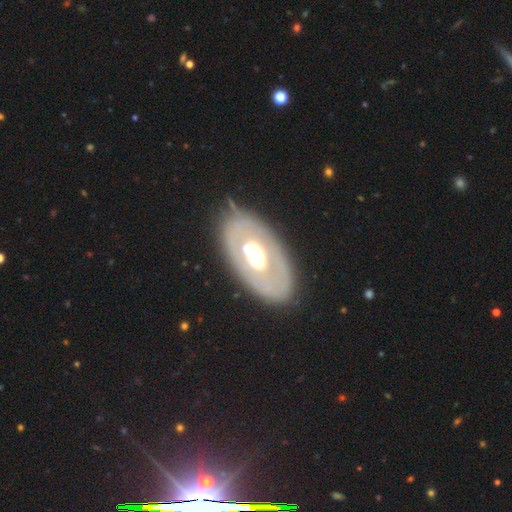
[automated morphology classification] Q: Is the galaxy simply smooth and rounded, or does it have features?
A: featured or disk — 62%.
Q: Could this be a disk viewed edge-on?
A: no — 90%.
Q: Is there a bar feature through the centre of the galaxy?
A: no — 86%.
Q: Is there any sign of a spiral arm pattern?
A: no — 88%.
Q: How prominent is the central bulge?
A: moderate — 65%.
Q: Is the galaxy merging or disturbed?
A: none — 74%.